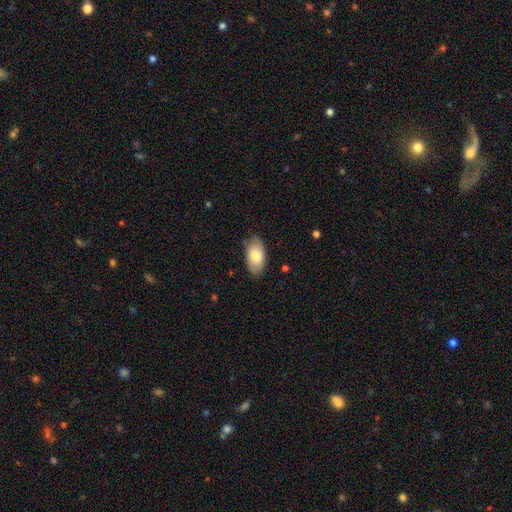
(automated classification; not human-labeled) A smooth galaxy with no disk features (77%) that is in between round and cigar-shaped (95%). Merging: none (80%).